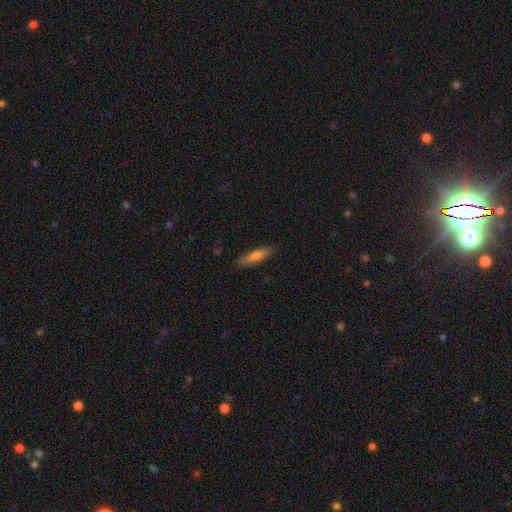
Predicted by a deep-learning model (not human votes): This is likely a smooth galaxy (71%). How rounded: likely cigar-shaped (76%). Merging: clearly none (85%).